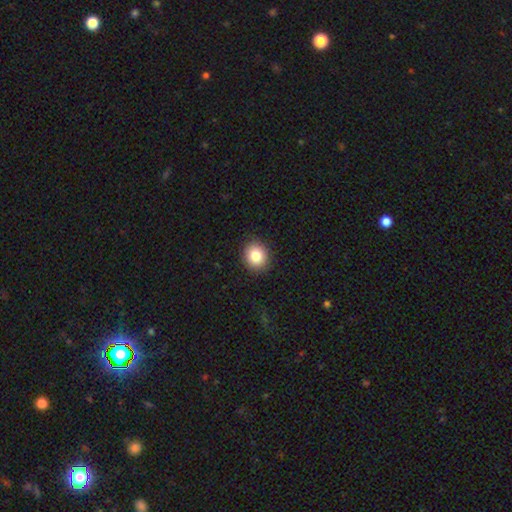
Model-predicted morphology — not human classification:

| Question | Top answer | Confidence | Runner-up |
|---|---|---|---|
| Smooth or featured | smooth | 84% | star or artifact (10%) |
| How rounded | round | 76% | in between (23%) |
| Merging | none | 90% | minor disturbance (7%) |